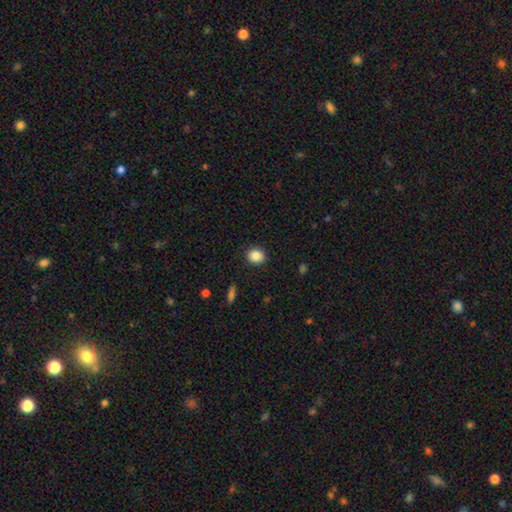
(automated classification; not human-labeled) This is clearly a smooth galaxy (87%). How rounded: likely round (68%). Merging: clearly none (89%).